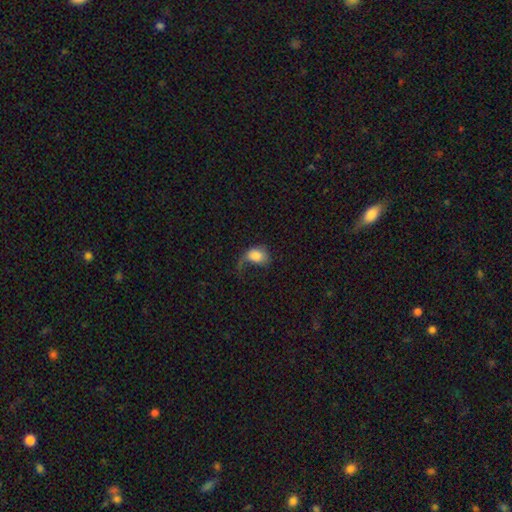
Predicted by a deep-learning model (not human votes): The model was most divided on "merging": major disturbance: 53%, none: 21%, minor disturbance: 21%, merger: 5%. More confident: smooth or featured — smooth (72%); how rounded — in between (69%).